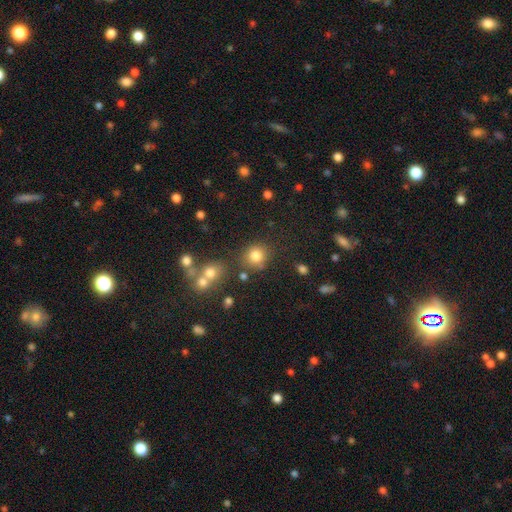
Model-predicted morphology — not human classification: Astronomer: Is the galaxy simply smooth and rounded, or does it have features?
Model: smooth — 80%.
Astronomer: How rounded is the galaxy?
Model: round — 87%.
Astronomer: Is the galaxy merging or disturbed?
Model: none — 74%.